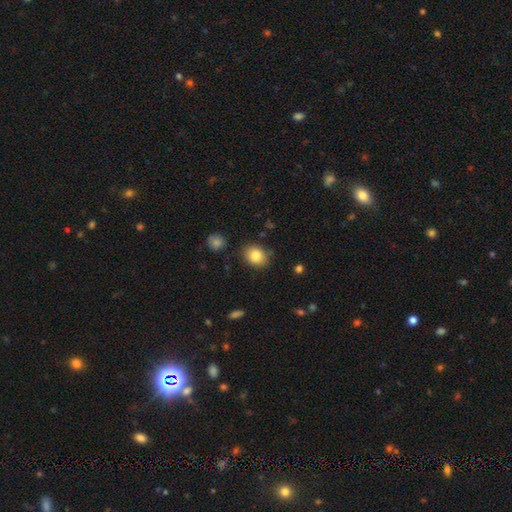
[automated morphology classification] Smooth or featured? Predicted: smooth (p=0.83). How rounded? Predicted: round (p=0.53). Merging? Predicted: none (p=0.82).